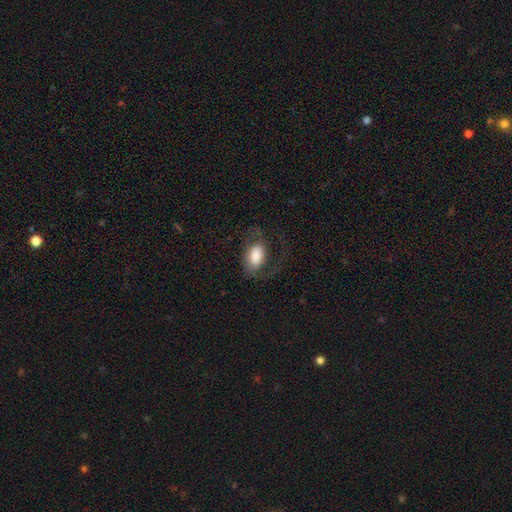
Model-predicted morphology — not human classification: This appears to be a smooth galaxy with no disk features (64%) that is in between round and cigar-shaped (91%). Merging: none (52%).